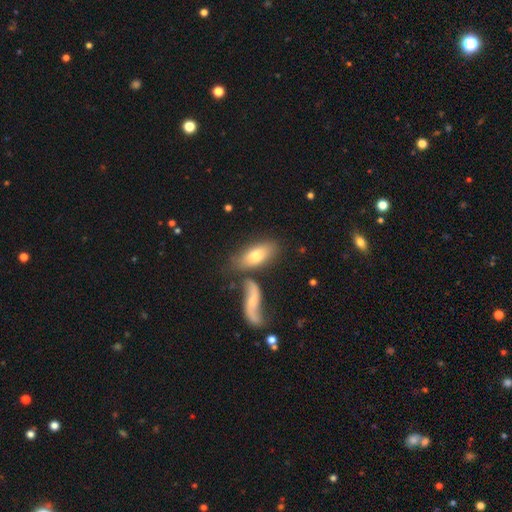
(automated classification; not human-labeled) smooth 69%, featured or disk 25%, star or artifact 7%. Down the decision tree: how rounded — in between (85%); merging — none (56%).